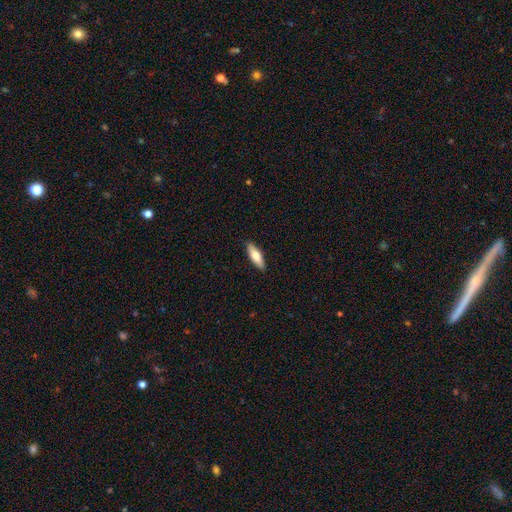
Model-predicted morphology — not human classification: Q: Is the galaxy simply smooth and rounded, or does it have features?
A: smooth — 69%.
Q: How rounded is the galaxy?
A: in between — 49%, tied with cigar-shaped.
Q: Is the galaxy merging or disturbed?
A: none — 89%.